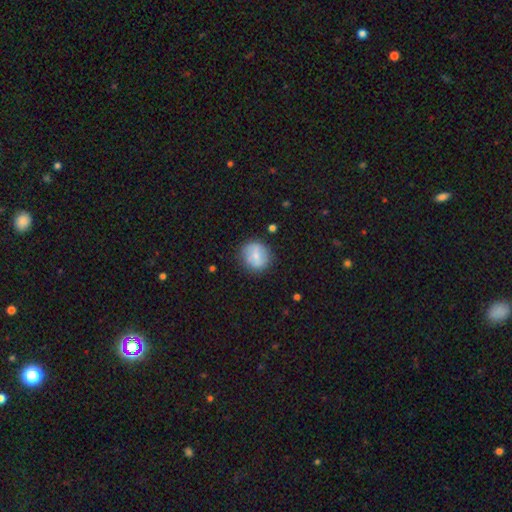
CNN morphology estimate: The model was most divided on "smooth or featured": smooth: 66%, featured or disk: 26%, star or artifact: 8%. More confident: how rounded — round (85%); merging — none (79%).